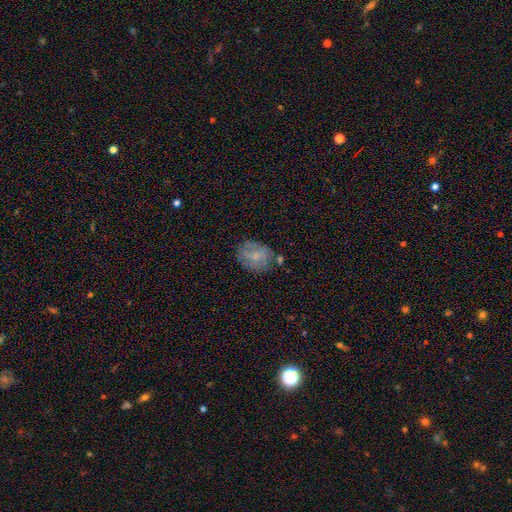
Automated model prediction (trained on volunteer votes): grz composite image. It shows a smooth galaxy with no disk features (60%) that is round (50%). Merging: none (63%).